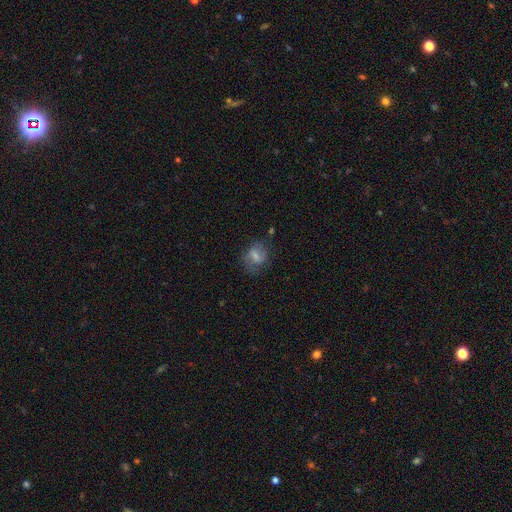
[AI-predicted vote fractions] Smooth or featured: featured or disk — 48% (smooth — 43%)
Merging: none — 63% (minor disturbance — 22%)